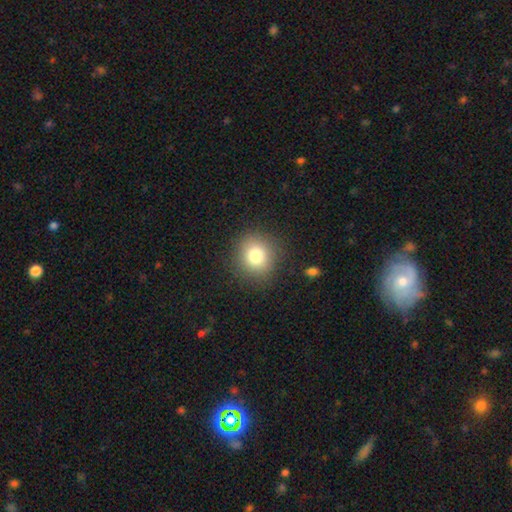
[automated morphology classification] Smooth or featured: smooth — 80% (star or artifact — 11%)
How rounded: round — 88% (in between — 11%)
Merging: none — 87% (minor disturbance — 8%)